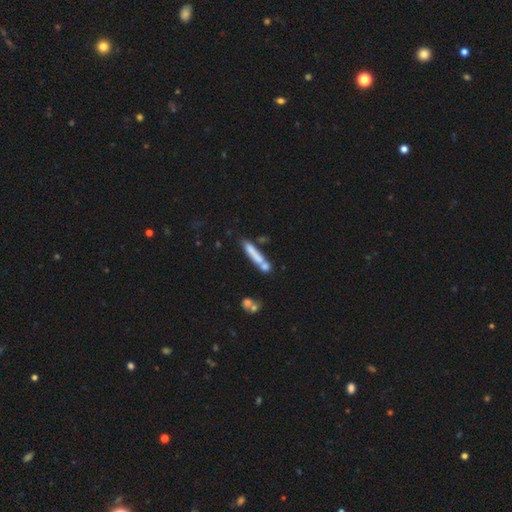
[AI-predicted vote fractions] This is likely a smooth galaxy (63%). How rounded: clearly cigar-shaped (90%). Merging: possibly none (57%).